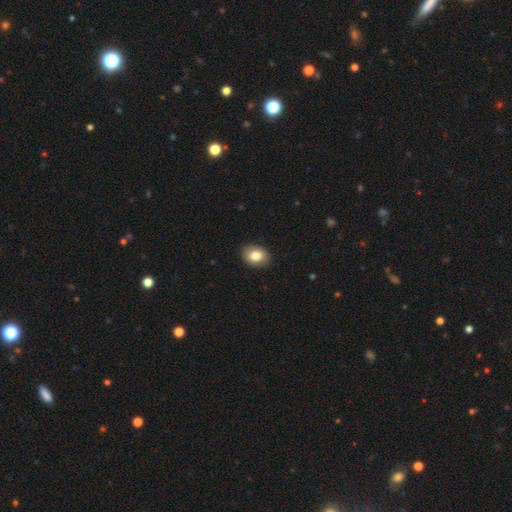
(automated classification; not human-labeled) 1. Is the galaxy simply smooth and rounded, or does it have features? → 83% smooth, 8% featured or disk, 8% star or artifact.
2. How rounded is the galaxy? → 69% in between, 30% round, 1% cigar-shaped.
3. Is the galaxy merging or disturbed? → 88% none, 9% minor disturbance, 2% major disturbance, 1% merger.